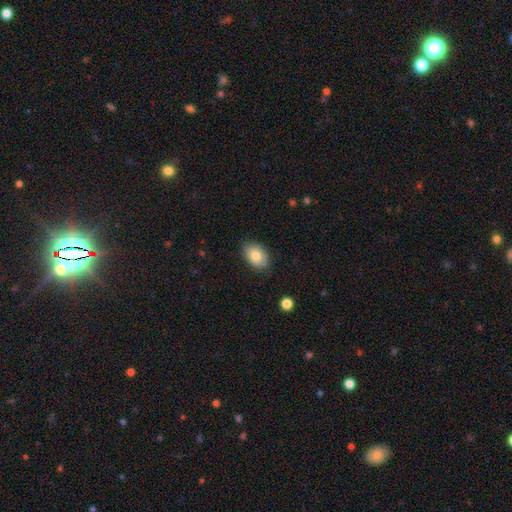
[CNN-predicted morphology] This is clearly a smooth galaxy (81%). How rounded: clearly in between (85%). Merging: clearly none (82%).